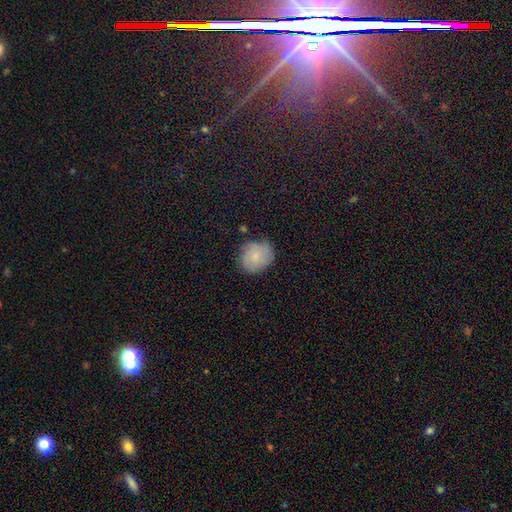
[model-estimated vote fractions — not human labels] smooth-or-featured: smooth: 73% | featured or disk: 19% | star or artifact: 8%
  how-rounded: round: 75% | in between: 24% | cigar-shaped: 1%
  merging: none: 72% | minor disturbance: 21% | major disturbance: 5% | merger: 2%